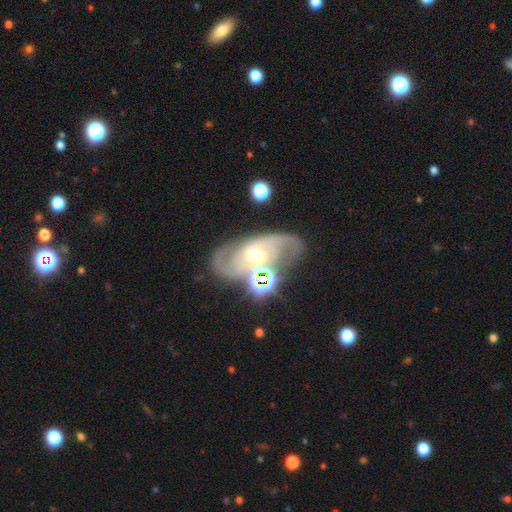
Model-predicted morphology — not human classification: Overall: featured or disk (85%). Edge-on disk: no (95%). Bar: weak (41%, tied with no). Spiral arms: yes (95%). Spiral arm count: 2 (76%). Spiral winding: medium (50%; tight 36%). Bulge size: moderate (54%; small 39%). Merging: none (67%).